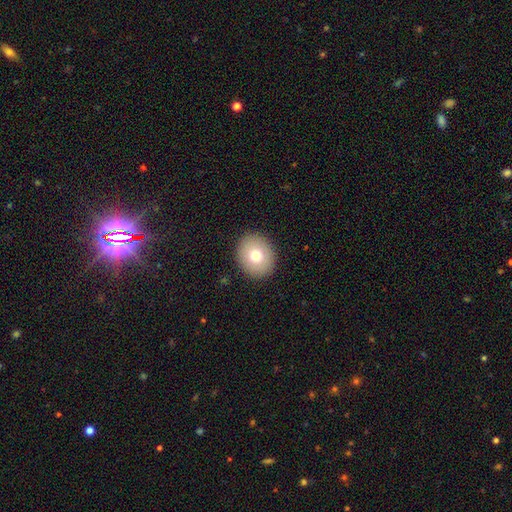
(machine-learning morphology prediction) Overall: smooth (75%). How rounded: round (70%). Merging: none (90%).